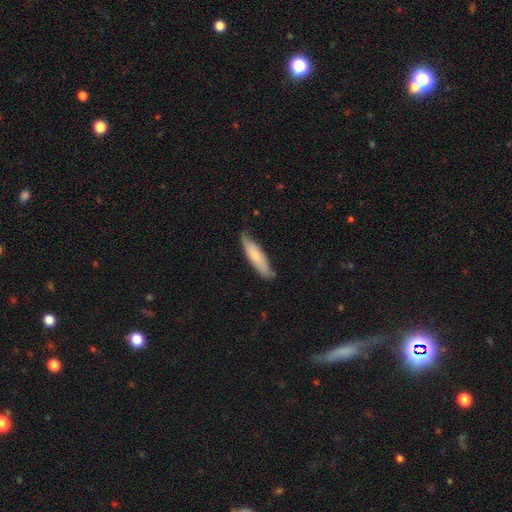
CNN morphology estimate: type=smooth (71%); roundness=cigar-shaped (71%); merging=none (71%).